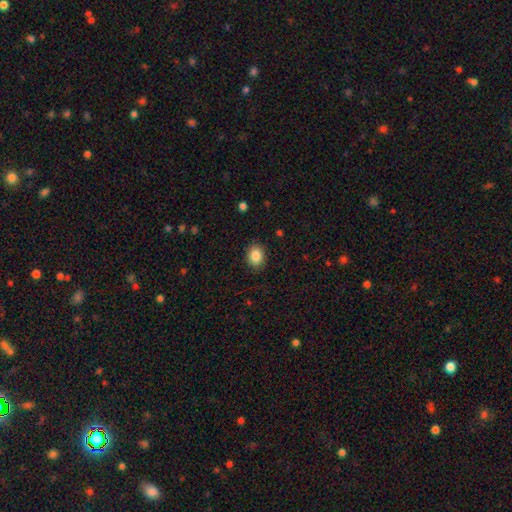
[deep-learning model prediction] Smooth or featured? smooth (86%)
How rounded? in between (56%)
Merging? none (87%)